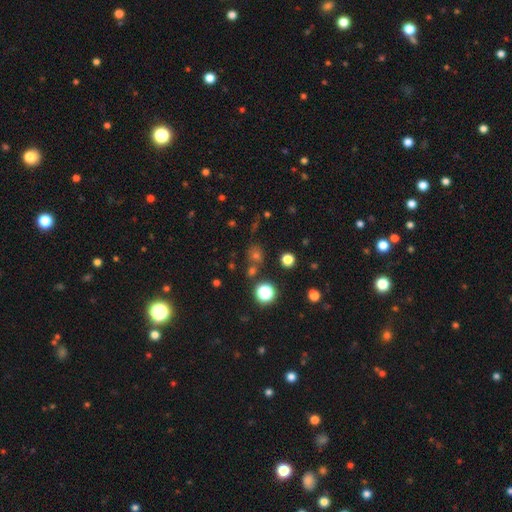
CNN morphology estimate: A smooth galaxy with no disk features (49%). Merging: none (75%).